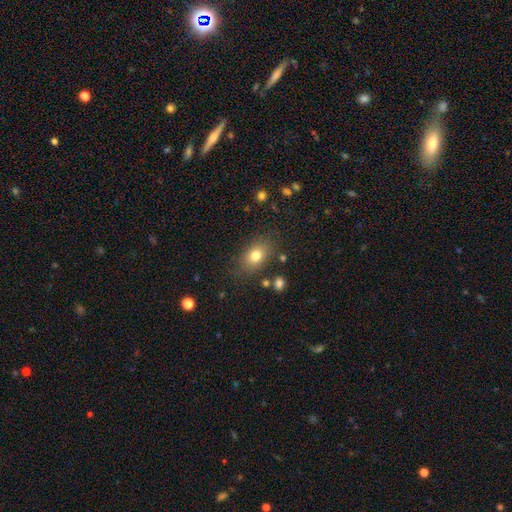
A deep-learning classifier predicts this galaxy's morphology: smooth_or_featured: smooth (p=0.77) [alt: featured or disk p=0.11]
how_rounded: in between (p=0.76) [alt: round p=0.22]
merging: none (p=0.78) [alt: minor disturbance p=0.14]